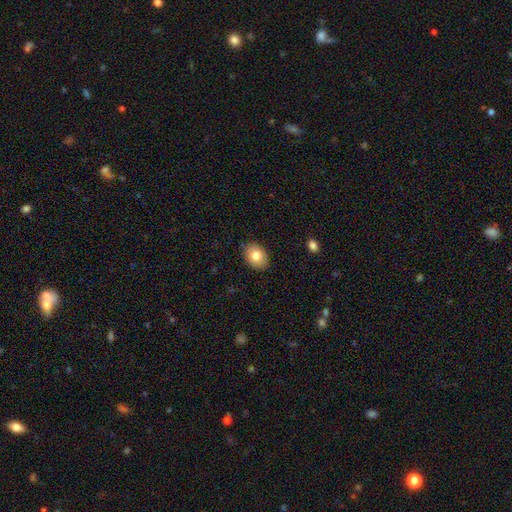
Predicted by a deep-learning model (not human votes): Smooth or featured: smooth — 80% (featured or disk — 12%)
How rounded: in between — 65% (round — 34%)
Merging: none — 87% (minor disturbance — 10%)